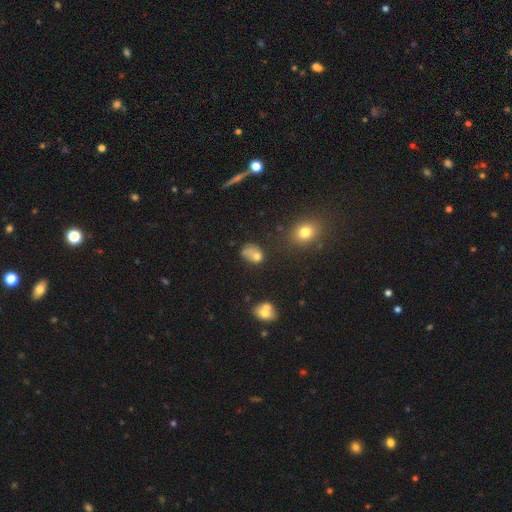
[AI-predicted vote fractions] smooth-or-featured: smooth: 67% | featured or disk: 18% | star or artifact: 15%
  how-rounded: in between: 61% | round: 37% | cigar-shaped: 1%
  merging: none: 34% | minor disturbance: 26% | major disturbance: 24% | merger: 16%